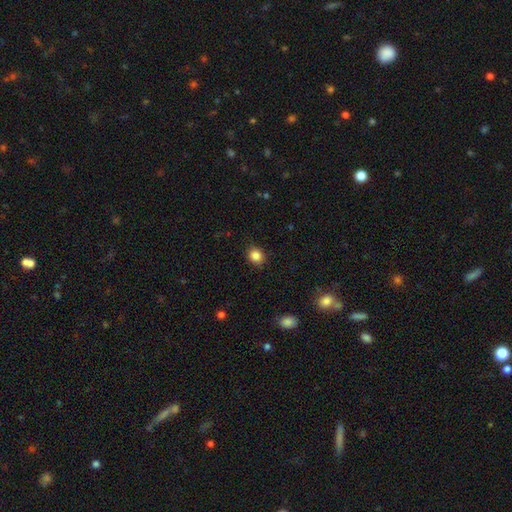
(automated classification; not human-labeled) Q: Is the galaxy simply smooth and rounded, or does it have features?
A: smooth — 85%.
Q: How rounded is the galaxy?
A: round — 73%.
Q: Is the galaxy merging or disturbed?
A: none — 88%.